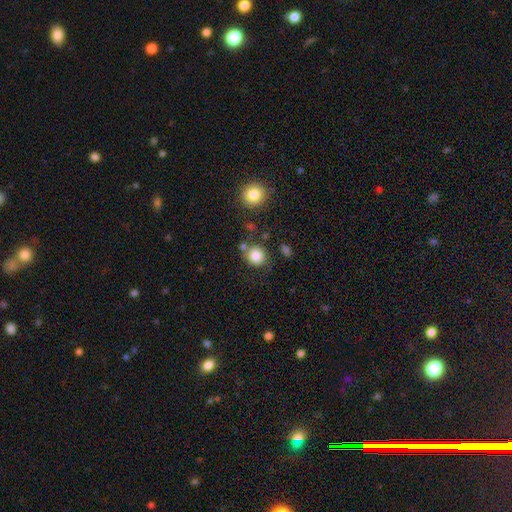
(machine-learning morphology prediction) Overall: smooth (84%). How rounded: round (83%). Merging: none (72%).